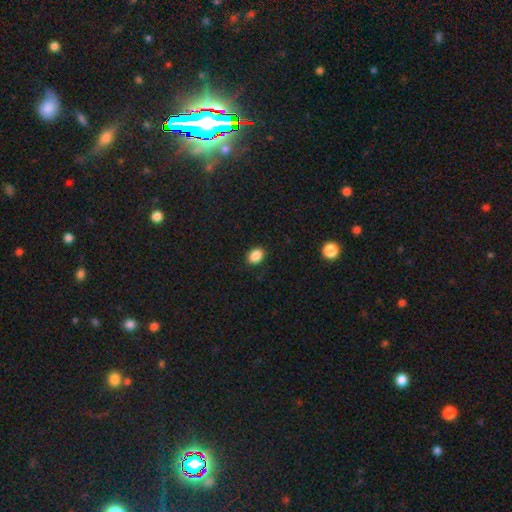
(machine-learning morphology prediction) A smooth galaxy with no disk features (88%) that is in between round and cigar-shaped (71%). Merging: none (89%).